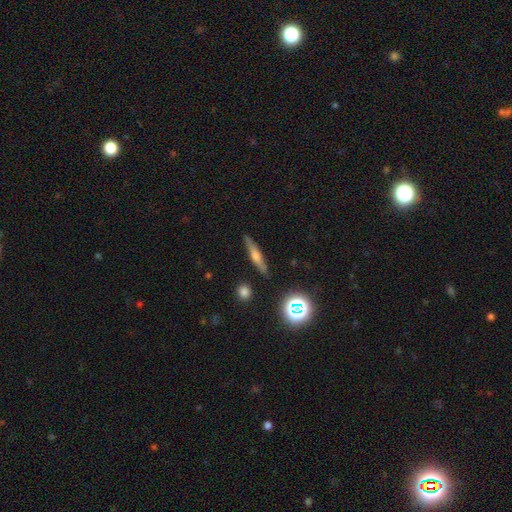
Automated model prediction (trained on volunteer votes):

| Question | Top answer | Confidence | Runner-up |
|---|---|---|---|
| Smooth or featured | featured or disk | 51% | smooth (37%) |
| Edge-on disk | yes | 94% | no (6%) |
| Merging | none | 87% | minor disturbance (9%) |